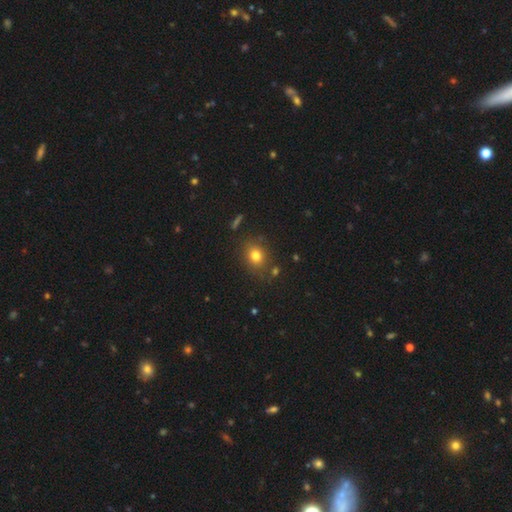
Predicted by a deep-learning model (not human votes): Morphology: type=smooth (78%); roundness=round (65%); merging=none (81%).